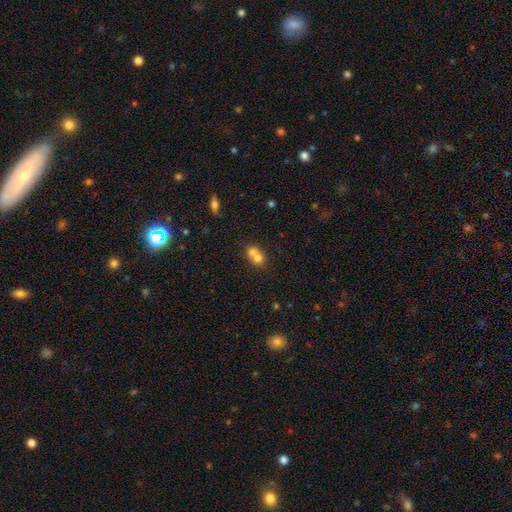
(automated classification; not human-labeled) smooth 69%, featured or disk 19%, star or artifact 11%. Down the decision tree: how rounded — round (69%); merging — merger (69%).